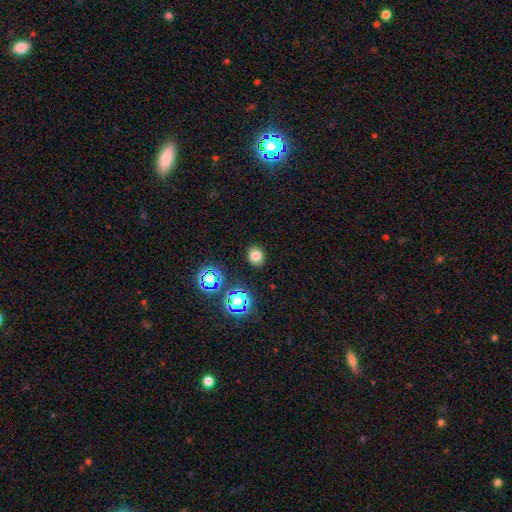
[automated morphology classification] type=smooth (76%); roundness=round (62%); merging=none (88%).